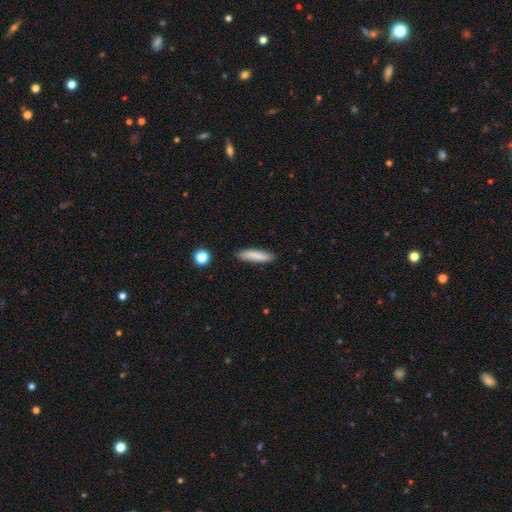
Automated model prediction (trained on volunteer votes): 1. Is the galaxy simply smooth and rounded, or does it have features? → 84% smooth, 10% featured or disk, 7% star or artifact.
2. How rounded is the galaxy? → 76% cigar-shaped, 22% in between, 2% round.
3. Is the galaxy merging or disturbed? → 83% none, 12% minor disturbance, 2% major disturbance, 2% merger.